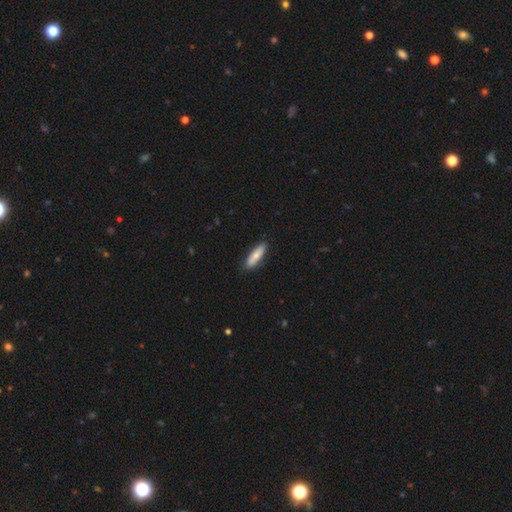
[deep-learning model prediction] Smooth or featured? smooth (72%)
How rounded? cigar-shaped (63%)
Merging? none (87%)